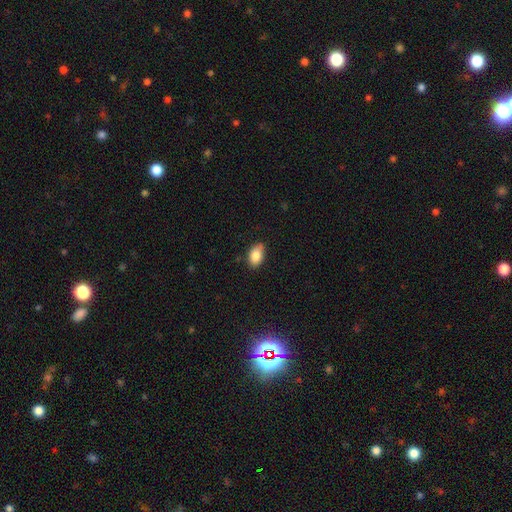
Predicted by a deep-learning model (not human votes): smooth-or-featured: smooth: 85% | featured or disk: 8% | star or artifact: 8%
  how-rounded: in between: 89% | round: 10% | cigar-shaped: 2%
  merging: none: 74% | minor disturbance: 21% | major disturbance: 3% | merger: 2%